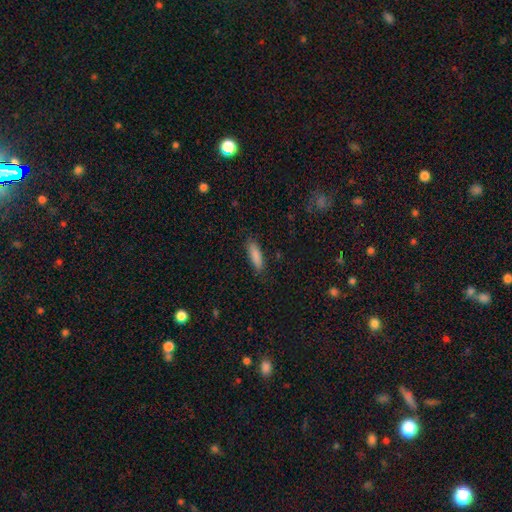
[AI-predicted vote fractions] Smooth or featured: smooth — 87% (star or artifact — 7%)
How rounded: cigar-shaped — 50% (in between — 49%)
Merging: none — 84% (minor disturbance — 13%)